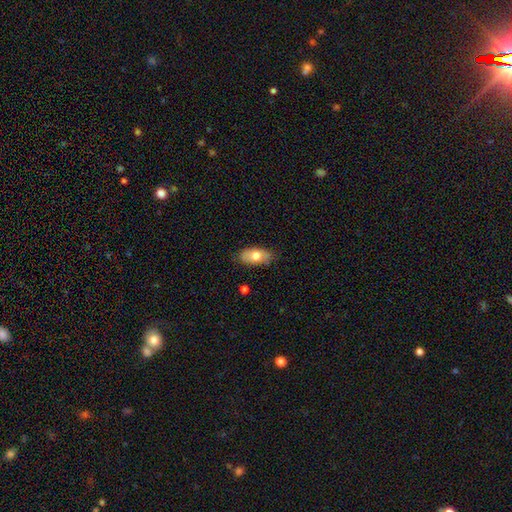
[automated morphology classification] Smooth or featured? smooth (72%)
How rounded? in between (90%)
Merging? none (81%)